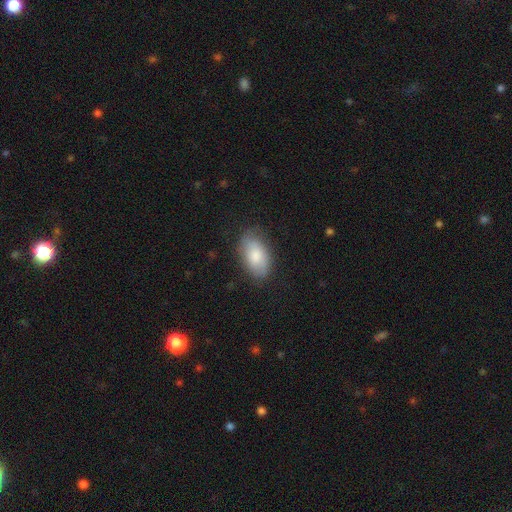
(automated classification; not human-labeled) smooth 79%, featured or disk 15%, star or artifact 6%. Down the decision tree: how rounded — in between (94%); merging — none (75%).